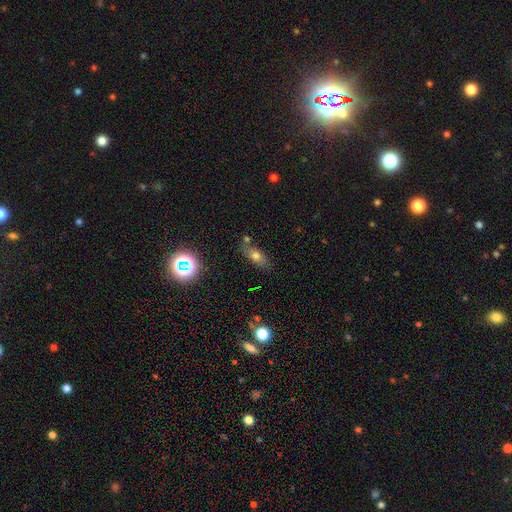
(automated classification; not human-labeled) This is likely a smooth galaxy (65%). How rounded: likely in between (73%). Merging: likely none (69%).